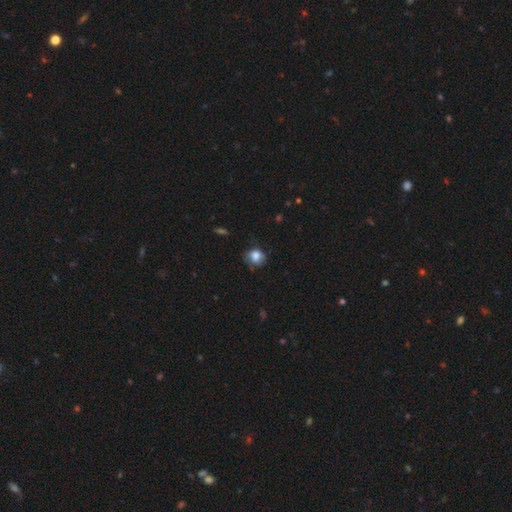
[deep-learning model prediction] smooth_or_featured: smooth (p=0.76) [alt: featured or disk p=0.14]
how_rounded: round (p=0.65) [alt: in between p=0.34]
merging: none (p=0.56) [alt: minor disturbance p=0.30]